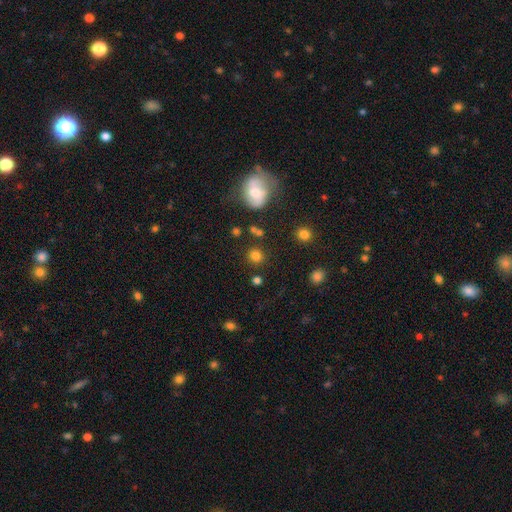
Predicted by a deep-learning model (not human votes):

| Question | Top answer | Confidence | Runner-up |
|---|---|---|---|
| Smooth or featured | smooth | 80% | star or artifact (14%) |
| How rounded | round | 90% | in between (9%) |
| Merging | none | 83% | minor disturbance (8%) |